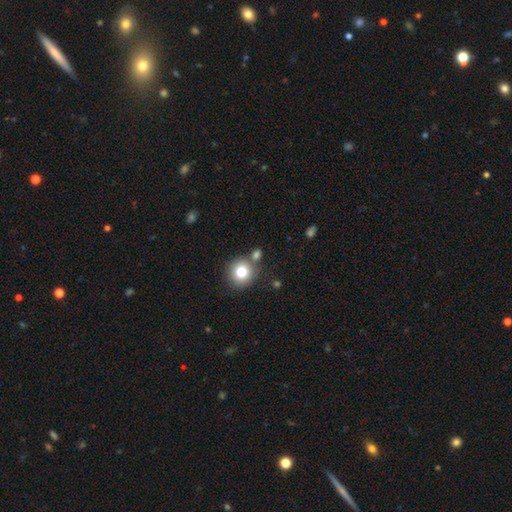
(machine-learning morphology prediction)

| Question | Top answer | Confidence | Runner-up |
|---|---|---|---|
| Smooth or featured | smooth | 76% | star or artifact (14%) |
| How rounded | round | 90% | in between (9%) |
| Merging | none | 76% | merger (12%) |